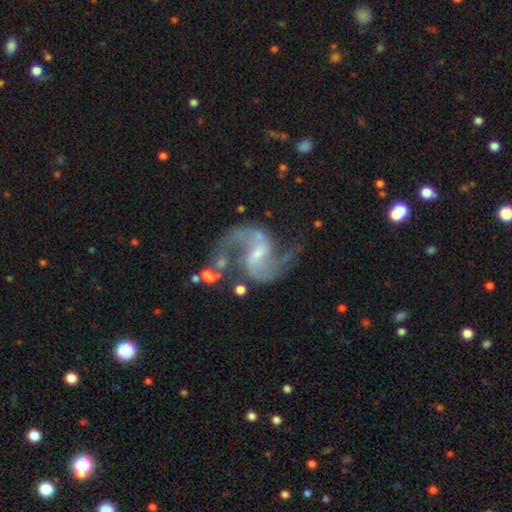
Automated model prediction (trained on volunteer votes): This is clearly a featured or disk galaxy (92%). It is clearly not viewed edge-on (98%). Bar: possibly weak (53%). Spiral arm pattern: clearly yes (98%). Spiral arm count: clearly 2 (93%). Spiral winding: possibly loose (48%). Central bulge: likely small (63%). Merging: likely none (67%).